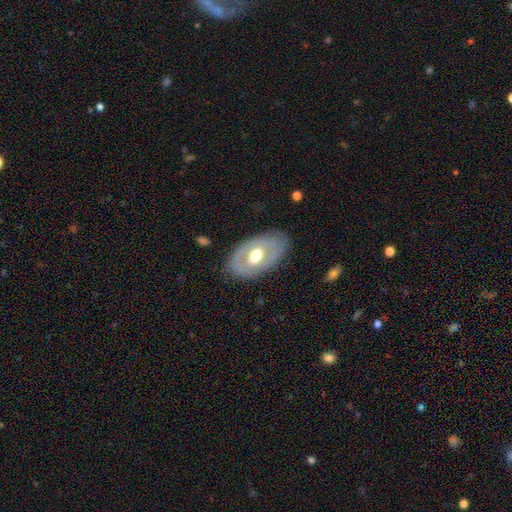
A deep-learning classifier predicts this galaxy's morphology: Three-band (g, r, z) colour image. It shows a featured or disk galaxy (54%). Merging: none (77%).